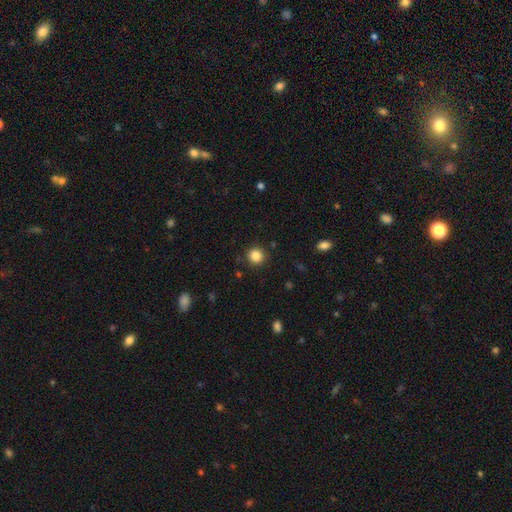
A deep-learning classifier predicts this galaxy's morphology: Smooth or featured? Predicted: smooth (p=0.85). How rounded? Predicted: round (p=0.92). Merging? Predicted: none (p=0.90).